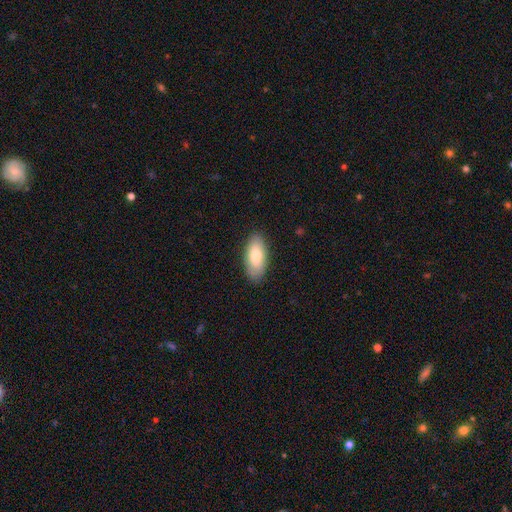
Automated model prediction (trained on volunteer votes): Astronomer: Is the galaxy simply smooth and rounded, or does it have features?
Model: smooth — 77%.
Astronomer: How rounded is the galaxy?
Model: in between — 90%.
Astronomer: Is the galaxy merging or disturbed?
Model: none — 86%.